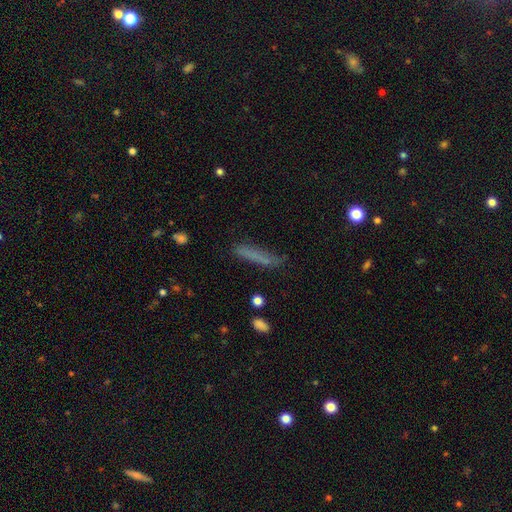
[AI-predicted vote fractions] smooth_or_featured: smooth (p=0.70) [alt: featured or disk p=0.20]
how_rounded: cigar-shaped (p=0.90) [alt: in between p=0.08]
merging: none (p=0.74) [alt: minor disturbance p=0.19]